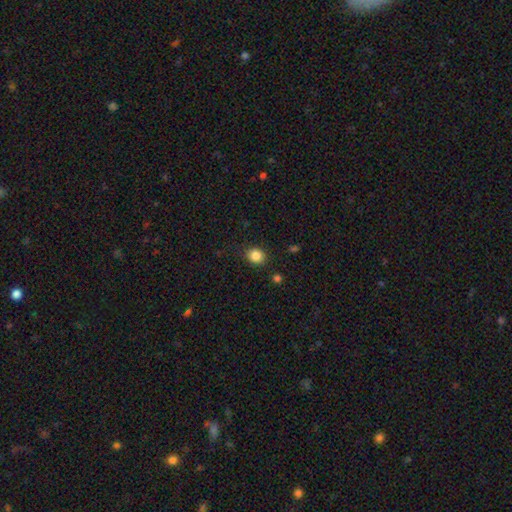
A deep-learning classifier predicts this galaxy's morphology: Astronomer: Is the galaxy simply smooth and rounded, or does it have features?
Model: smooth — 85%.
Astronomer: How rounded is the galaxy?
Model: round — 74%.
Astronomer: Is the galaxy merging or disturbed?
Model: none — 85%.